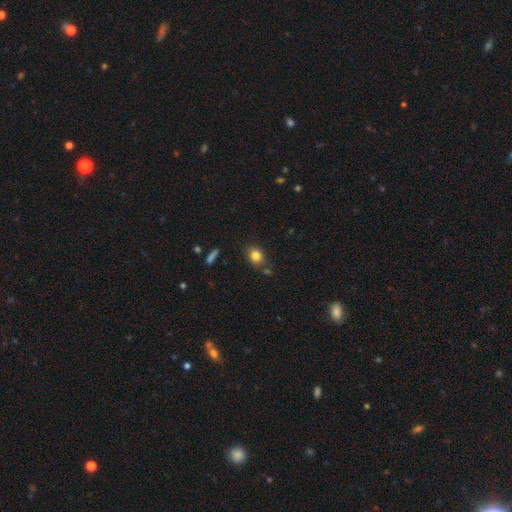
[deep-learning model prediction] smooth 82%, star or artifact 11%, featured or disk 7%. Down the decision tree: how rounded — round (55%); merging — none (78%).